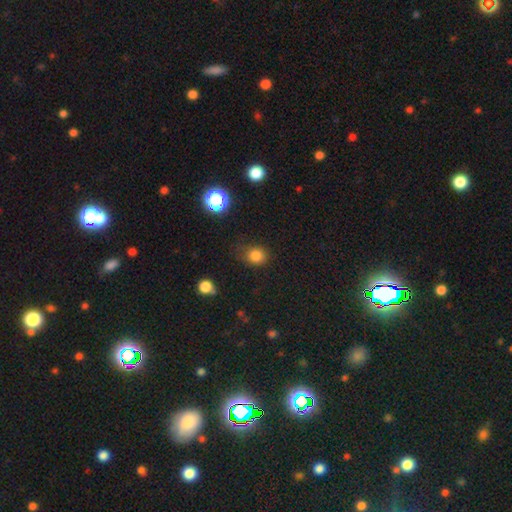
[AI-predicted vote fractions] The model was most divided on "how rounded": round: 71%, in between: 28%, cigar-shaped: 1%. More confident: smooth or featured — smooth (80%); merging — none (74%).